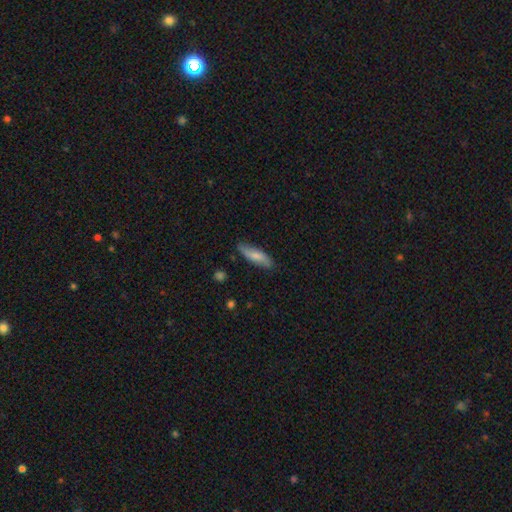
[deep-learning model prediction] Q: Smooth or featured?
A: smooth (73%); runner-up: featured or disk (21%)
Q: How rounded?
A: in between (54%); runner-up: cigar-shaped (44%)
Q: Merging?
A: none (79%); runner-up: minor disturbance (16%)